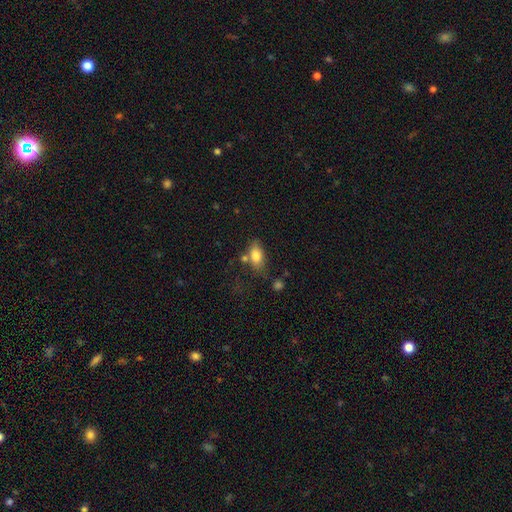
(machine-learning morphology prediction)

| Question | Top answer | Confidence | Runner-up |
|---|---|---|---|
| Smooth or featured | smooth | 80% | featured or disk (12%) |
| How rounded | in between | 87% | round (7%) |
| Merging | none | 58% | minor disturbance (21%) |